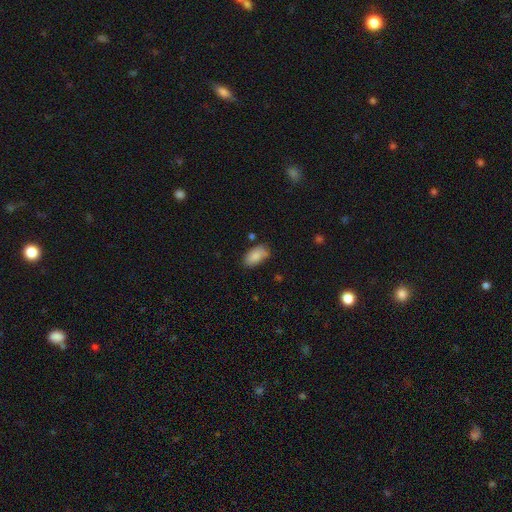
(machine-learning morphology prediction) smooth-or-featured: smooth: 86% | star or artifact: 7% | featured or disk: 7%
  how-rounded: in between: 94% | round: 4% | cigar-shaped: 3%
  merging: none: 72% | minor disturbance: 21% | major disturbance: 4% | merger: 3%